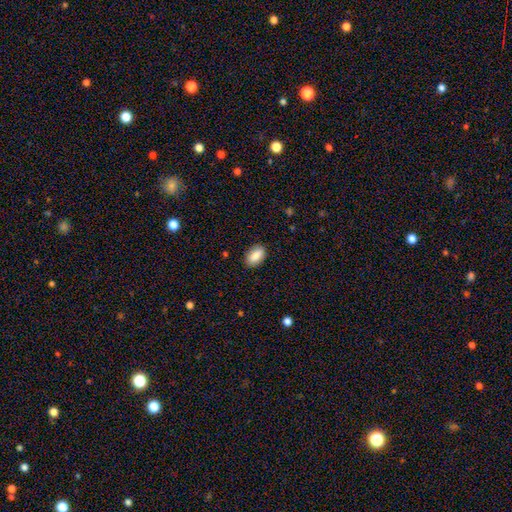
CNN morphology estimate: smooth 85%, featured or disk 8%, star or artifact 7%. Down the decision tree: how rounded — in between (91%); merging — none (87%).